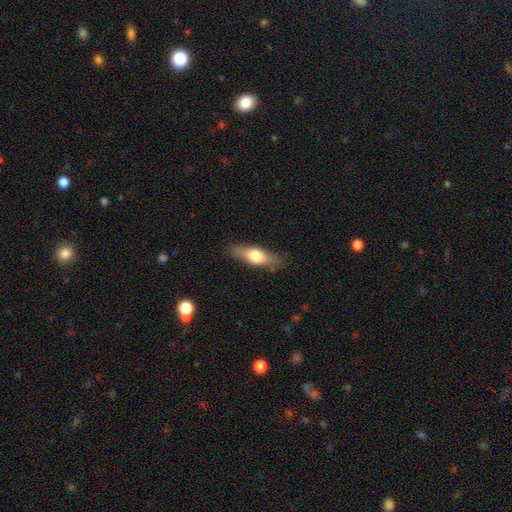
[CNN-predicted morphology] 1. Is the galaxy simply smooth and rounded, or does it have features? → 60% smooth, 34% featured or disk, 6% star or artifact.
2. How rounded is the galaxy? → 54% in between, 42% cigar-shaped, 4% round.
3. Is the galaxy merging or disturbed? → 83% none, 13% minor disturbance, 3% major disturbance, 1% merger.